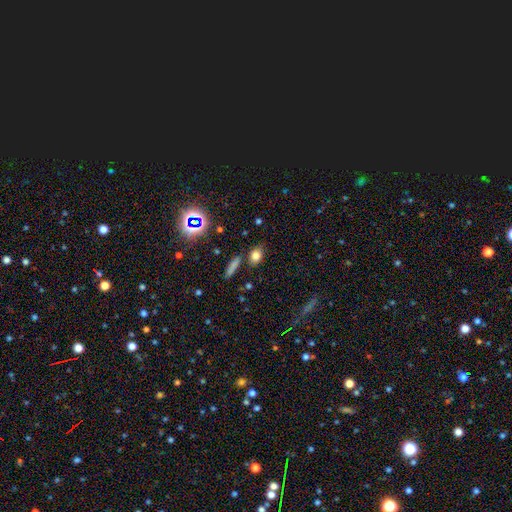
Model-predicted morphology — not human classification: smooth 74%, star or artifact 16%, featured or disk 10%. Down the decision tree: how rounded — in between (62%); merging — none (74%).